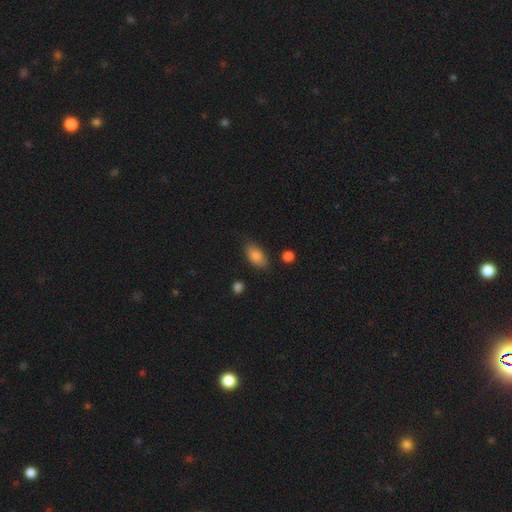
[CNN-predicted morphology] A smooth galaxy with no disk features (84%) that is in between round and cigar-shaped (90%).

Vote fractions:
- Smooth or featured? smooth: 84% / featured or disk: 8% / star or artifact: 8%
- How rounded? in between: 90% / round: 5% / cigar-shaped: 5%
- Merging? none: 80% / minor disturbance: 14% / major disturbance: 3% / merger: 2%